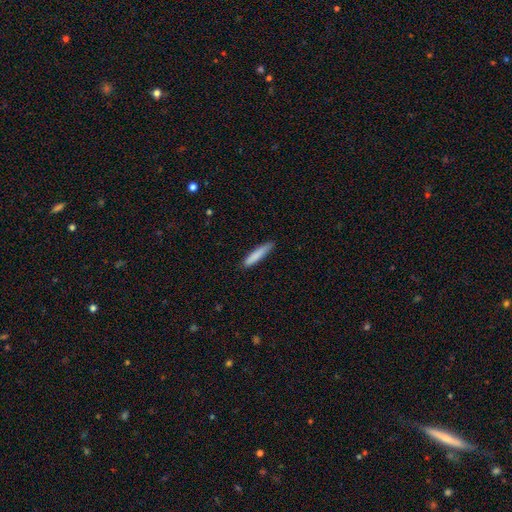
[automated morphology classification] This appears to be a smooth galaxy with no disk features (83%) that is cigar-shaped (90%). Merging: none (84%).